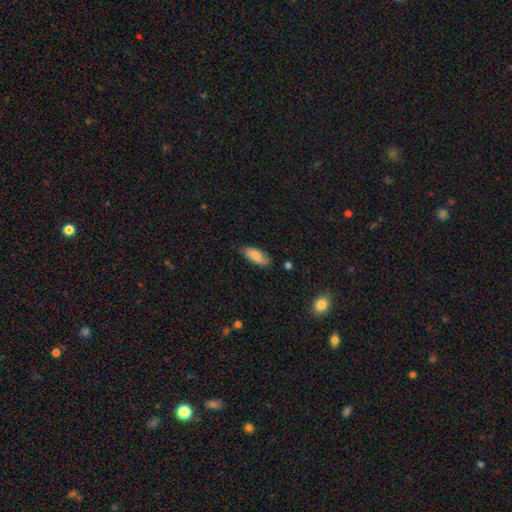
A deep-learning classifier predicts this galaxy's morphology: A smooth galaxy with no disk features (73%) that is in between round and cigar-shaped (80%). Merging: none (77%).